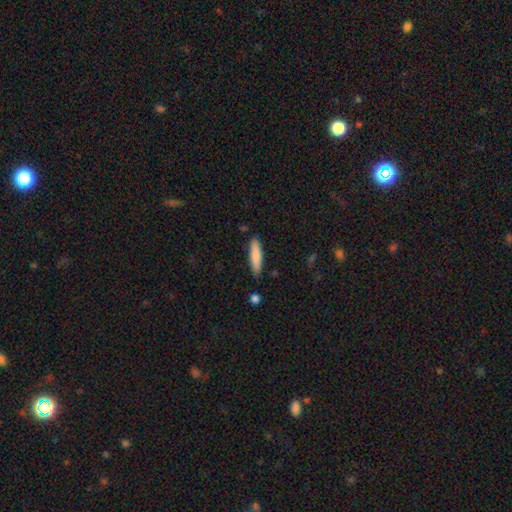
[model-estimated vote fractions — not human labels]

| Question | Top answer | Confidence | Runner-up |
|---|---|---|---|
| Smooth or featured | smooth | 82% | featured or disk (12%) |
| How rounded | cigar-shaped | 79% | in between (20%) |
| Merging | none | 85% | minor disturbance (11%) |